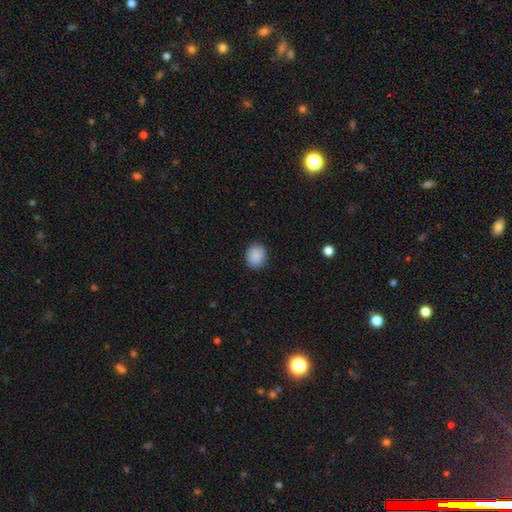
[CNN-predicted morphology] type=smooth (89%); roundness=round (74%); merging=none (90%).